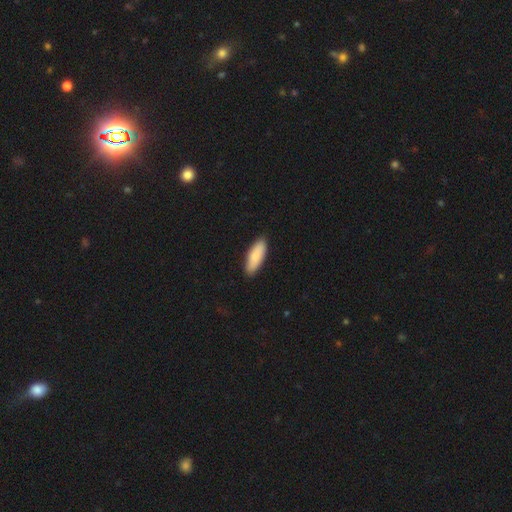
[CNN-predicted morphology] type=smooth (87%); roundness=in between (62%); merging=none (89%).